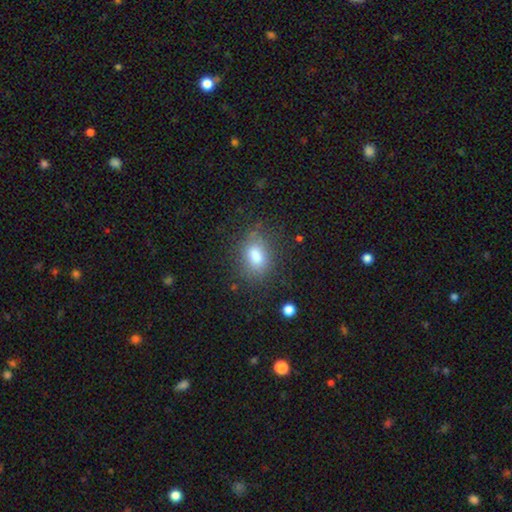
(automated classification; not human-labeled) Smooth or featured?
  - smooth: 82% *
  - star or artifact: 9%
  - featured or disk: 9%
How rounded?
  - in between: 79% *
  - round: 20%
  - cigar-shaped: 2%
Merging?
  - none: 74% *
  - minor disturbance: 17%
  - major disturbance: 6%
  - merger: 2%